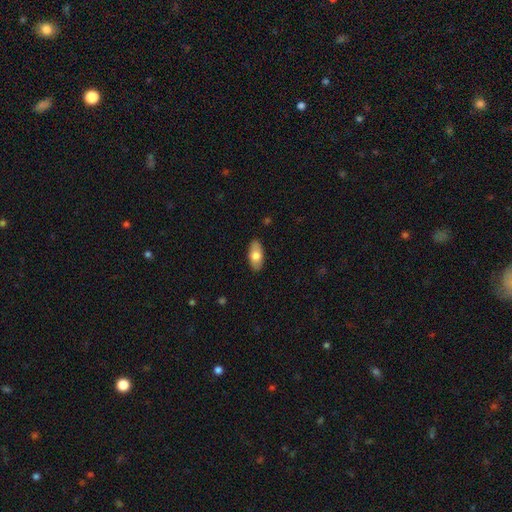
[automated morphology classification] smooth_or_featured: smooth (p=0.74) [alt: featured or disk p=0.20]
how_rounded: in between (p=0.90) [alt: cigar-shaped p=0.07]
merging: none (p=0.88) [alt: minor disturbance p=0.09]